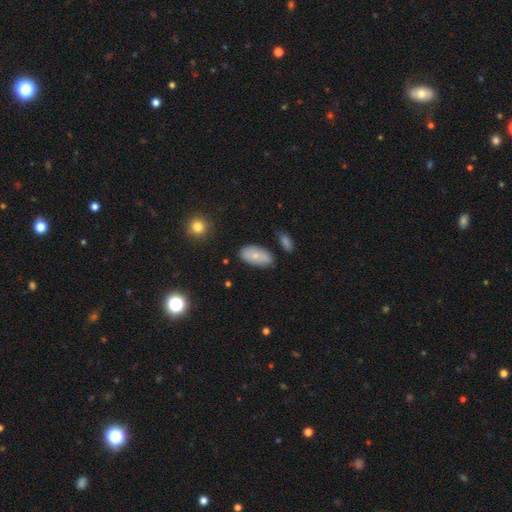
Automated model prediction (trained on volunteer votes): smooth 74%, featured or disk 19%, star or artifact 7%. Down the decision tree: how rounded — in between (93%); merging — none (73%).